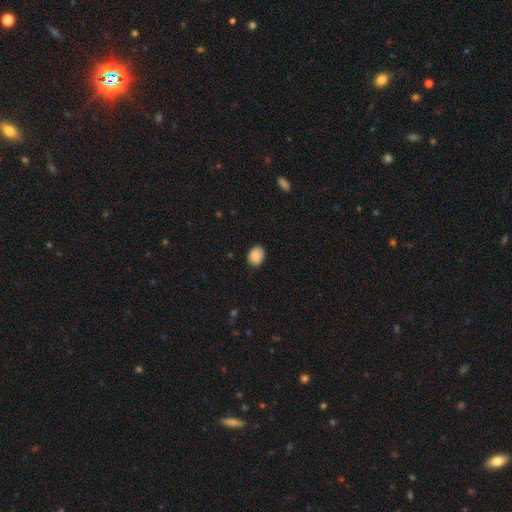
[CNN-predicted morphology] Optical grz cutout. It shows a smooth galaxy with no disk features (88%) that is in between round and cigar-shaped (56%). Merging: none (81%).